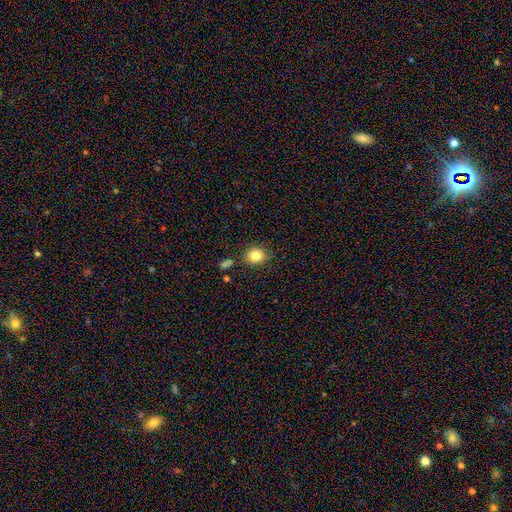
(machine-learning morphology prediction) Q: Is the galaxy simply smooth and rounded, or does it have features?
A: smooth — 83%.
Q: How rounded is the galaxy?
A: round — 72%.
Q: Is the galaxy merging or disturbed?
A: none — 84%.